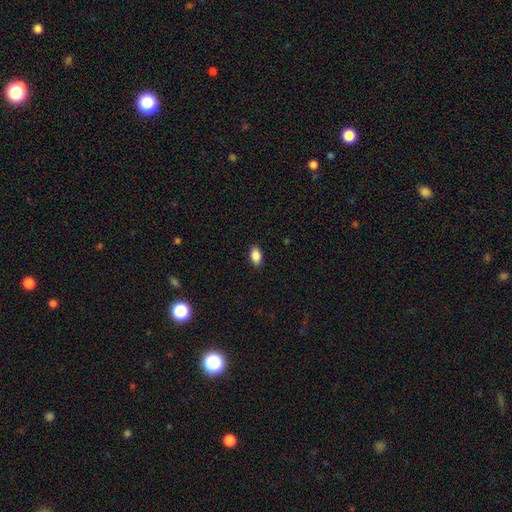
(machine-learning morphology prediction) smooth-or-featured: smooth: 88% | star or artifact: 8% | featured or disk: 4%
  how-rounded: in between: 92% | round: 5% | cigar-shaped: 3%
  merging: none: 89% | minor disturbance: 8% | major disturbance: 2% | merger: 1%